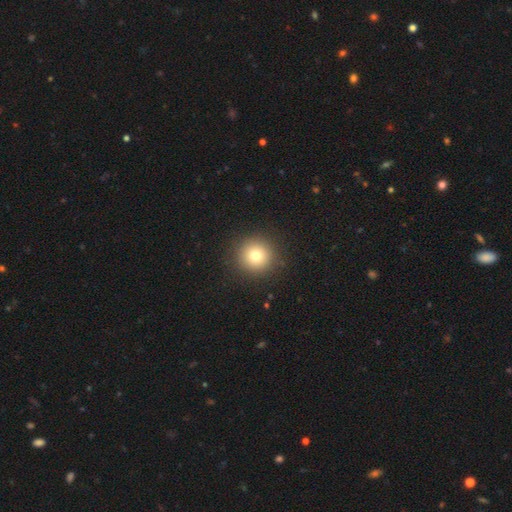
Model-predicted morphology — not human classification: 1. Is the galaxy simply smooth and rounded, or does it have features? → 77% smooth, 13% star or artifact, 9% featured or disk.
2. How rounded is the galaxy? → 95% round, 4% in between, 1% cigar-shaped.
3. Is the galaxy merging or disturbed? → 91% none, 5% minor disturbance, 2% major disturbance, 1% merger.